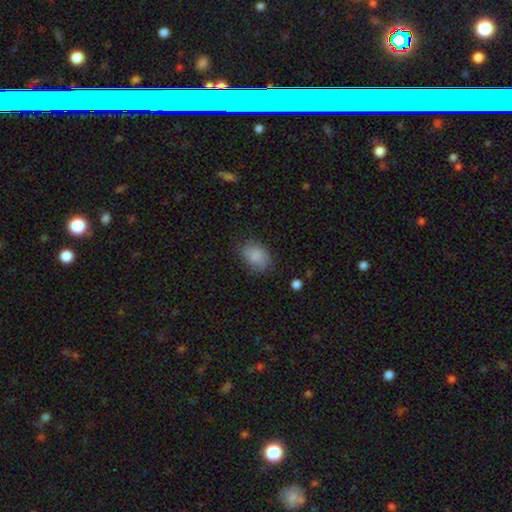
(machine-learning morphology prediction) This appears to be a smooth galaxy with no disk features (86%) that is in between round and cigar-shaped (76%). Merging: none (76%).